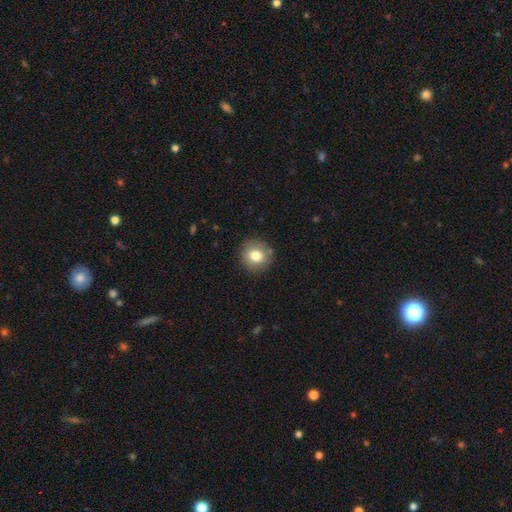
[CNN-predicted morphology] Overall: smooth (80%). How rounded: round (89%). Merging: none (87%).